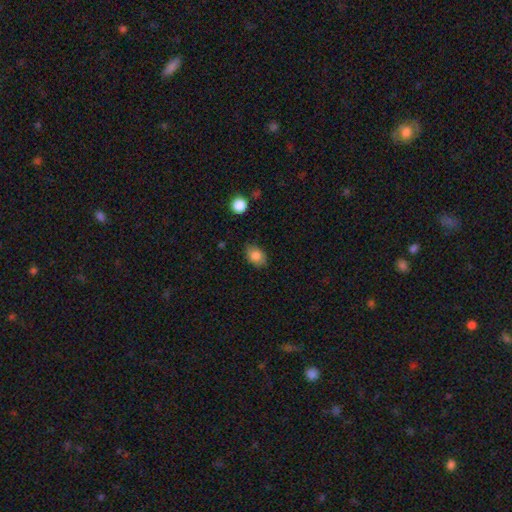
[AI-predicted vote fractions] The model was most divided on "how rounded": in between: 77%, round: 22%, cigar-shaped: 1%. More confident: smooth or featured — smooth (83%); merging — none (80%).